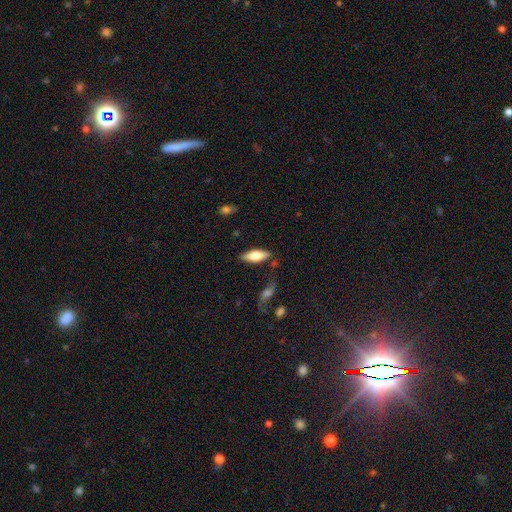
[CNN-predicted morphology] smooth-or-featured: smooth: 59% | featured or disk: 35% | star or artifact: 6%
  how-rounded: in between: 60% | cigar-shaped: 38% | round: 3%
  merging: none: 79% | minor disturbance: 13% | merger: 4% | major disturbance: 4%